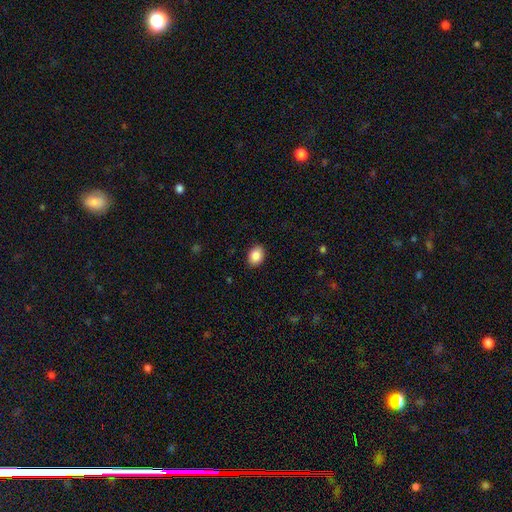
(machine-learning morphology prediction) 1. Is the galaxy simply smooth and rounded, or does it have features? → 88% smooth, 8% star or artifact, 4% featured or disk.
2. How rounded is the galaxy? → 73% in between, 26% round, 1% cigar-shaped.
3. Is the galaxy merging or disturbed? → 89% none, 8% minor disturbance, 2% major disturbance, 1% merger.